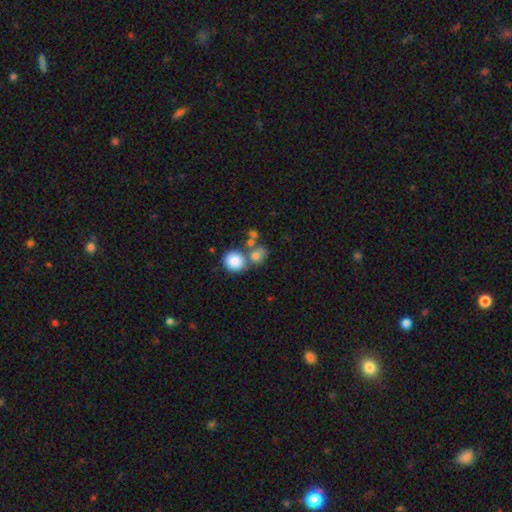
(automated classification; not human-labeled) The model was most divided on "merging": none: 43%, merger: 41%, minor disturbance: 11%, major disturbance: 5%. More confident: smooth or featured — smooth (77%); how rounded — round (71%).